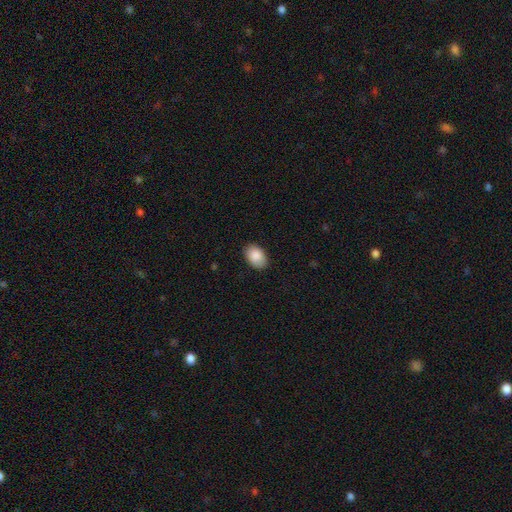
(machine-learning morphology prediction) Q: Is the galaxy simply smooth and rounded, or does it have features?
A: smooth — 89%.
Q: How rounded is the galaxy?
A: in between — 89%.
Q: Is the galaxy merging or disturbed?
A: none — 87%.